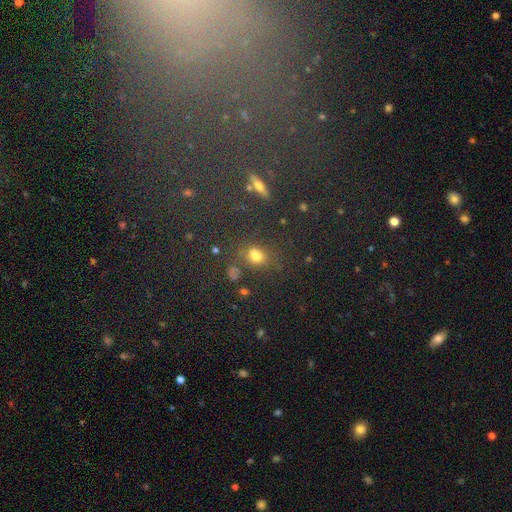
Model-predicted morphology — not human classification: A smooth galaxy with no disk features (64%) that is in between round and cigar-shaped (52%). Merging: none (59%).